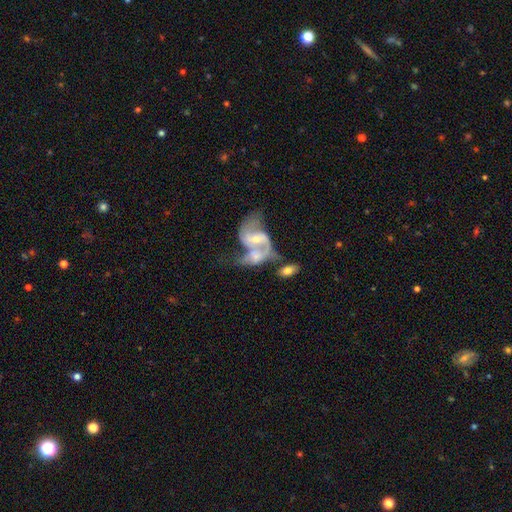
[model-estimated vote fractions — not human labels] Q: Smooth or featured?
A: featured or disk (81%); runner-up: smooth (13%)
Q: Edge-on disk?
A: no (96%); runner-up: yes (4%)
Q: Bar?
A: weak (44%); runner-up: no (33%)
Q: Spiral arms?
A: yes (91%); runner-up: no (9%)
Q: Spiral winding?
A: loose (51%); runner-up: medium (40%)
Q: Spiral arm count?
A: 2 (86%); runner-up: can't tell (6%)
Q: Bulge size?
A: small (48%); runner-up: moderate (45%)
Q: Merging?
A: merger (58%); runner-up: none (20%)